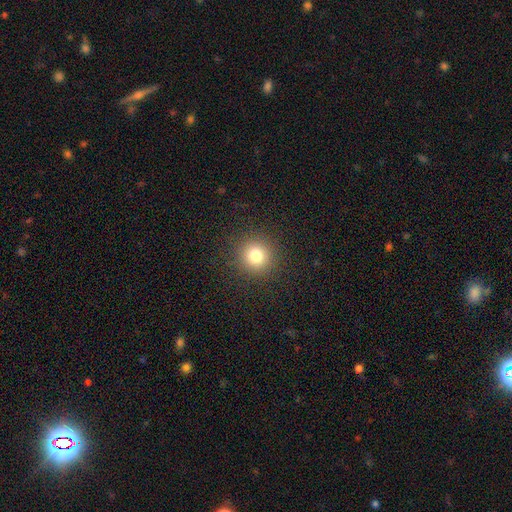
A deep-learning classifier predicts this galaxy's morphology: A smooth galaxy with no disk features (79%) that is round (93%).

Vote fractions:
- Smooth or featured? smooth: 79% / star or artifact: 14% / featured or disk: 7%
- How rounded? round: 93% / in between: 6% / cigar-shaped: 1%
- Merging? none: 91% / minor disturbance: 6% / major disturbance: 3% / merger: 1%